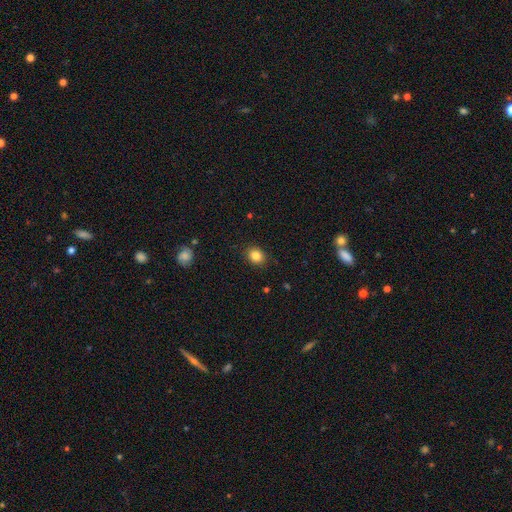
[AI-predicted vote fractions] smooth 84%, star or artifact 10%, featured or disk 5%. Down the decision tree: how rounded — round (63%); merging — none (89%).